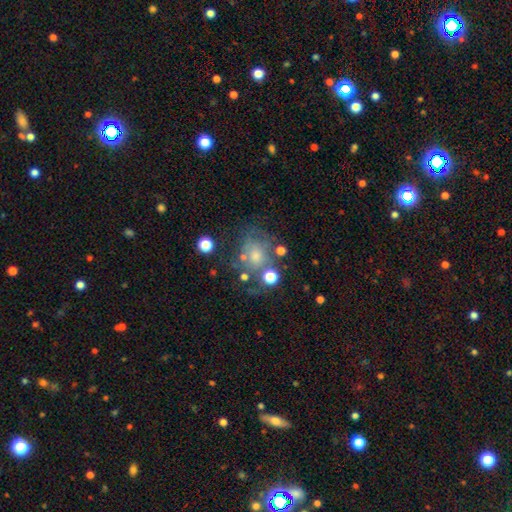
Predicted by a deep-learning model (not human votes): Q: Smooth or featured?
A: smooth (39%); tied with: featured or disk (39%)
Q: Merging?
A: none (54%); runner-up: minor disturbance (19%)